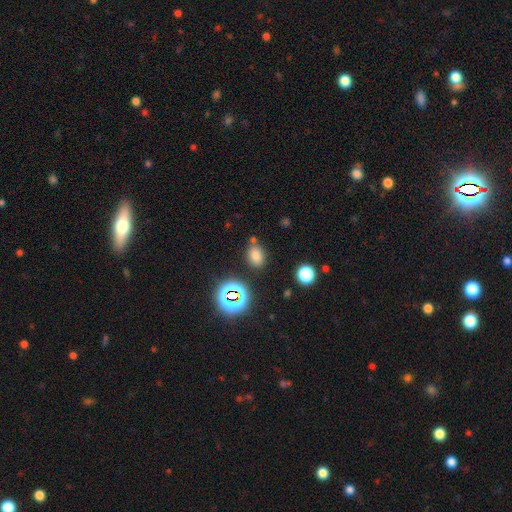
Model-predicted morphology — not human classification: This is likely a smooth galaxy (73%). How rounded: likely in between (68%). Merging: likely none (76%).